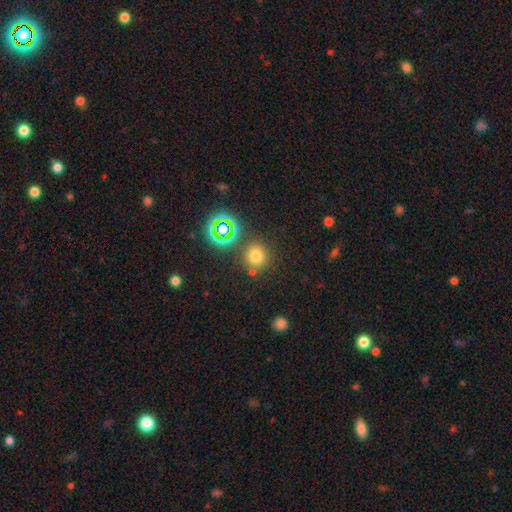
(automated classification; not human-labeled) smooth 69%, star or artifact 23%, featured or disk 8%. Down the decision tree: how rounded — round (92%); merging — none (80%).